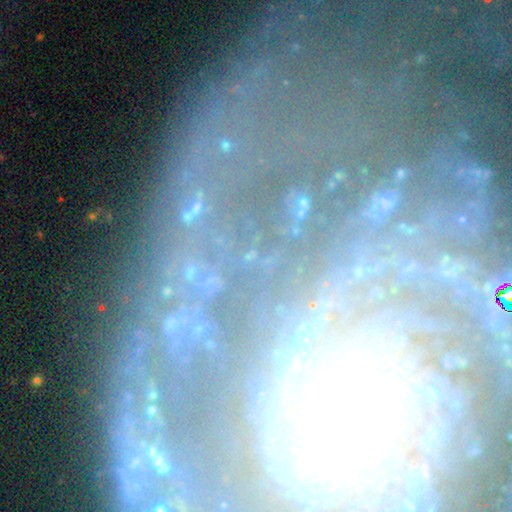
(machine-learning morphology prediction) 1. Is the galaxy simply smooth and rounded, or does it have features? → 74% featured or disk, 15% star or artifact, 11% smooth.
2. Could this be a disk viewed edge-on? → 93% no, 7% yes.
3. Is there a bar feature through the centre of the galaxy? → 67% no, 19% weak, 13% strong.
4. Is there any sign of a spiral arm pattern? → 87% yes, 13% no.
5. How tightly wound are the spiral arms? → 62% tight, 26% medium, 12% loose.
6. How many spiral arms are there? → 30% can't tell, 21% 2, 15% 3, 12% 4, 11% more than 4, 11% 1.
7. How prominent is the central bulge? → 42% small (tied), 42% moderate (tied), 7% large, 6% none, 3% dominant.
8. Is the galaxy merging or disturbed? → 57% none, 19% major disturbance, 17% minor disturbance, 6% merger.